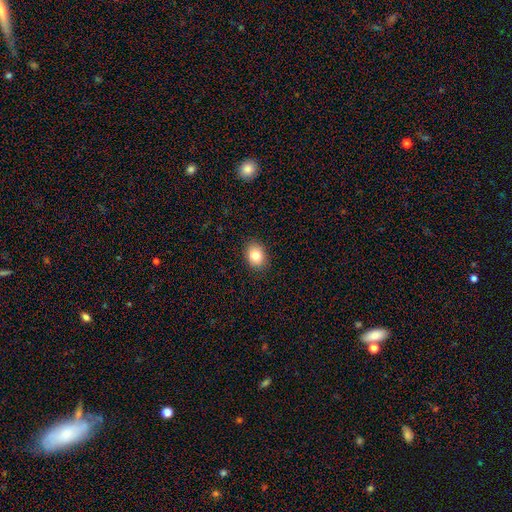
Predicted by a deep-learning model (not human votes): smooth 81%, star or artifact 10%, featured or disk 9%. Down the decision tree: how rounded — in between (56%); merging — none (89%).